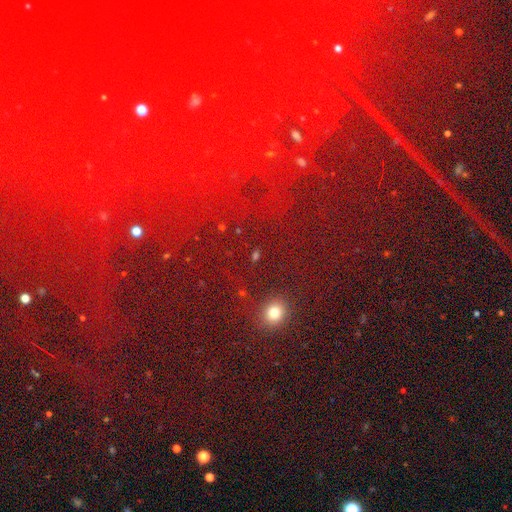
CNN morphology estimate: A star or artifact, not a galaxy (47%).

Vote fractions:
- Smooth or featured? star or artifact: 47% / smooth: 46% / featured or disk: 7%